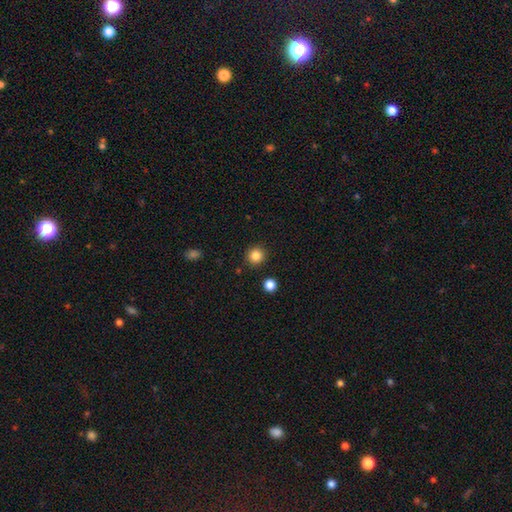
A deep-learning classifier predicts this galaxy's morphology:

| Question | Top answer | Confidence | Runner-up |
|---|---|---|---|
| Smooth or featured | smooth | 85% | star or artifact (11%) |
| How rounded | round | 93% | in between (6%) |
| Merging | none | 91% | minor disturbance (5%) |